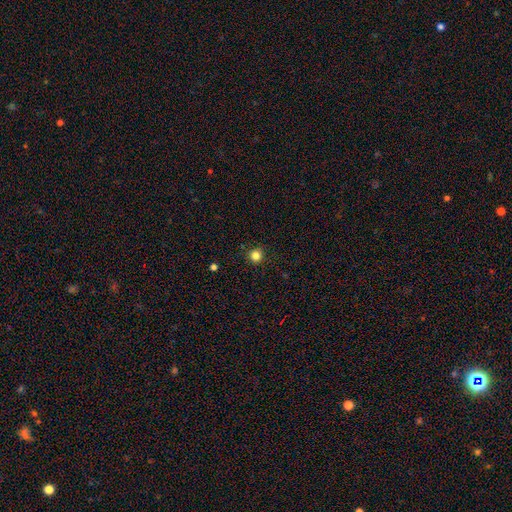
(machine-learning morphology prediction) Smooth or featured? smooth (82%)
How rounded? round (95%)
Merging? none (91%)